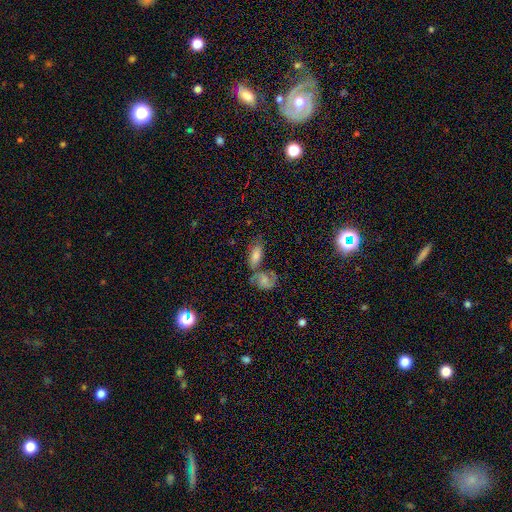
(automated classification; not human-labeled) Smooth or featured? smooth (51%)
How rounded? in between (81%)
Merging? none (45%)